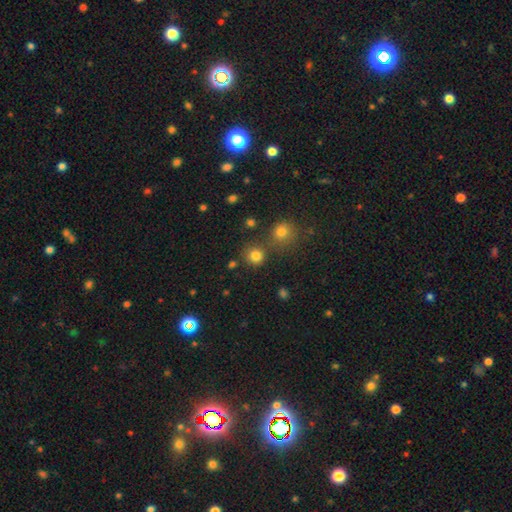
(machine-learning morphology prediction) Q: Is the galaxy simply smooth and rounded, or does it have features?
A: smooth — 80%.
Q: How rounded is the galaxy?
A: round — 91%.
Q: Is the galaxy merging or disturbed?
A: none — 75%.